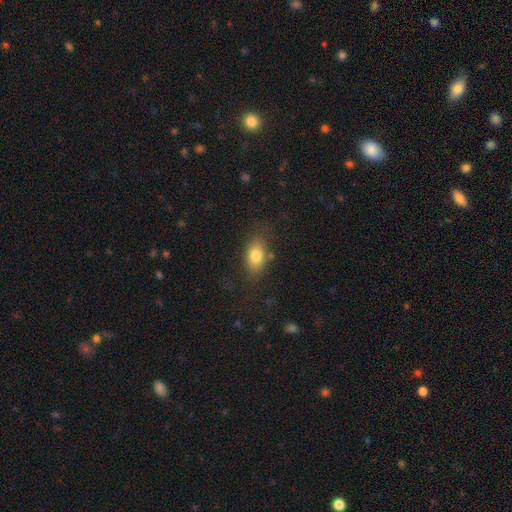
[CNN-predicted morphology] smooth_or_featured: smooth (p=0.79) [alt: featured or disk p=0.12]
how_rounded: in between (p=0.85) [alt: round p=0.11]
merging: none (p=0.76) [alt: minor disturbance p=0.16]